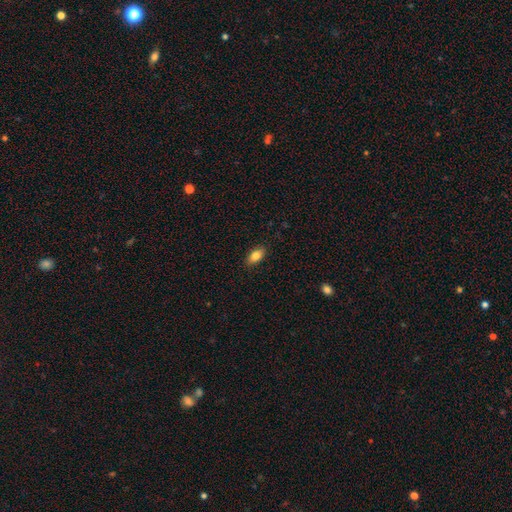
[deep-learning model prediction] Overall: smooth (82%). How rounded: in between (88%). Merging: none (88%).